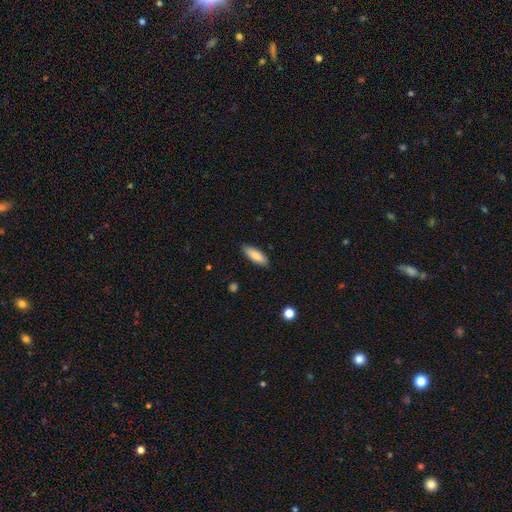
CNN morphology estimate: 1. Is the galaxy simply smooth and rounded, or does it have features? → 83% smooth, 11% featured or disk, 6% star or artifact.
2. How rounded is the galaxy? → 60% in between, 38% cigar-shaped, 2% round.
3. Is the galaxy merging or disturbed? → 87% none, 10% minor disturbance, 2% major disturbance, 1% merger.